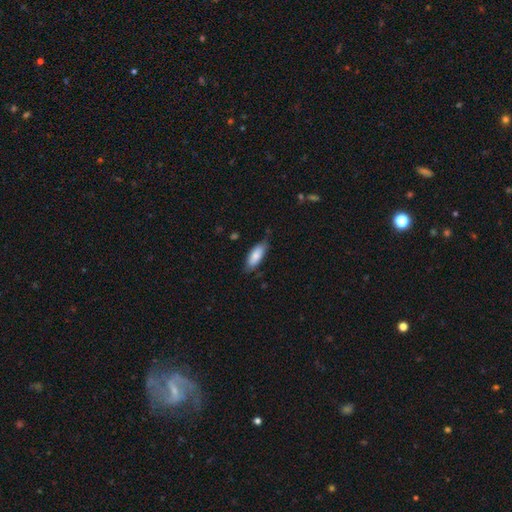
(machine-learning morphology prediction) The model was most divided on "merging": none: 68%, minor disturbance: 26%, major disturbance: 5%, merger: 2%. More confident: smooth or featured — smooth (80%); how rounded — in between (74%).